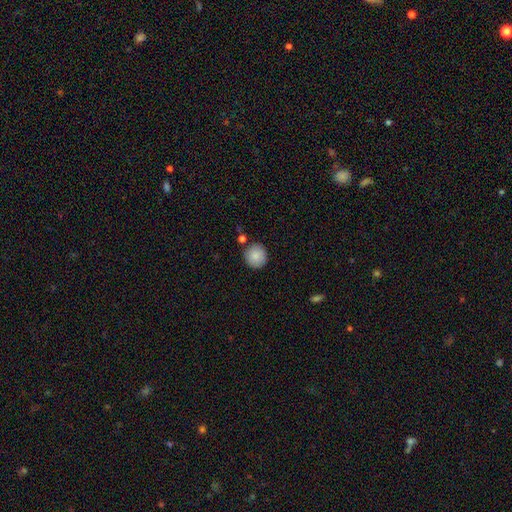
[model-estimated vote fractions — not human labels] Morphology: type=smooth (86%); roundness=round (93%); merging=none (85%).